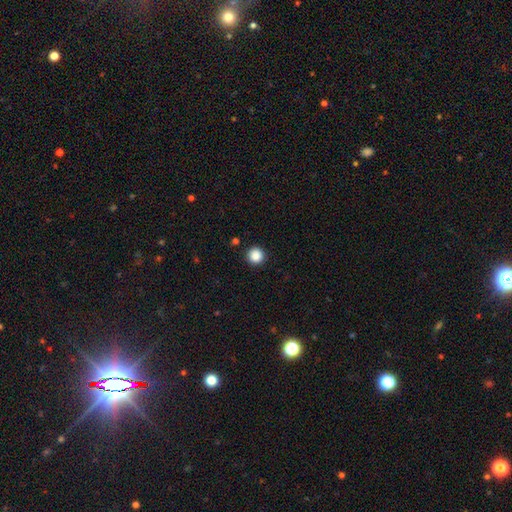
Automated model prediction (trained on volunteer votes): smooth-or-featured: smooth: 87% | star or artifact: 10% | featured or disk: 3%
  how-rounded: round: 96% | in between: 3% | cigar-shaped: 1%
  merging: none: 93% | minor disturbance: 5% | major disturbance: 2% | merger: 1%